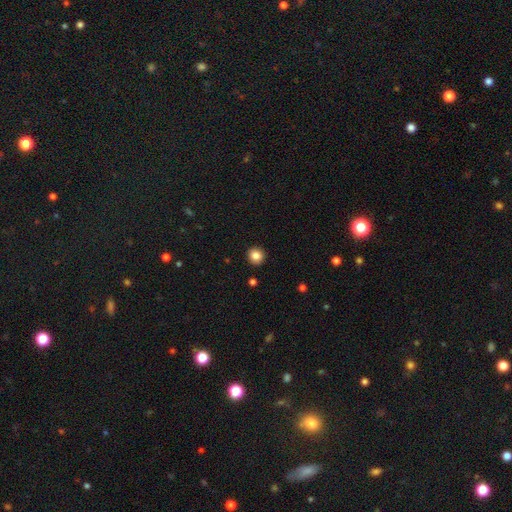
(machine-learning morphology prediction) Smooth or featured: smooth — 85% (star or artifact — 10%)
How rounded: round — 92% (in between — 7%)
Merging: none — 93% (minor disturbance — 5%)